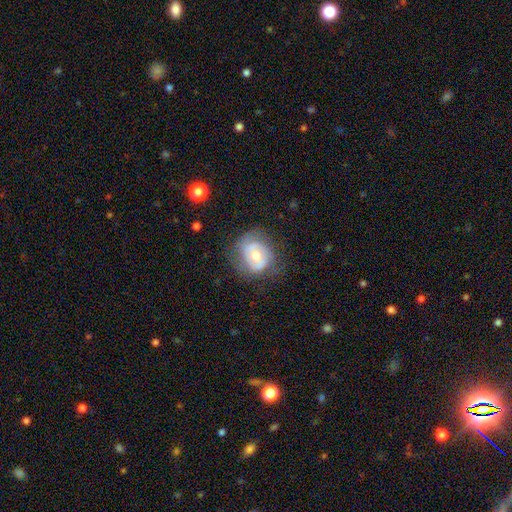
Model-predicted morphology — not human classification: A featured or disk galaxy (55%) with no bar (71%), spiral arms (56%) and a moderate central bulge (66%).

Vote fractions:
- Smooth or featured? featured or disk: 55% / smooth: 37% / star or artifact: 8%
- Edge-on disk? no: 96% / yes: 4%
- Bar? no: 71% / weak: 23% / strong: 7%
- Spiral arms? yes: 56% / no: 44%
- Bulge size? moderate: 66% / small: 27% / large: 5% / none: 1% / dominant: 1%
- Merging? none: 59% / minor disturbance: 25% / major disturbance: 14% / merger: 2%